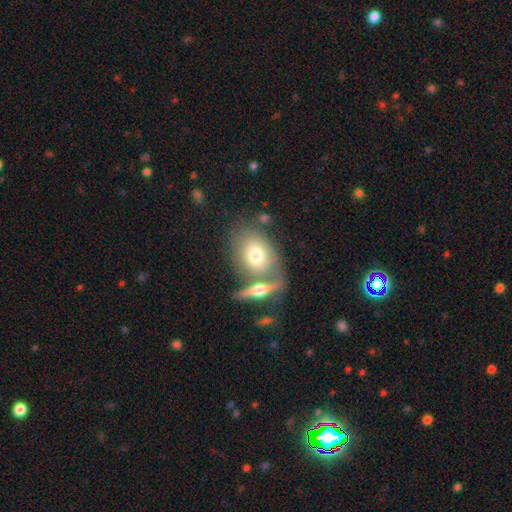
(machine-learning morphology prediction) A smooth galaxy with no disk features (64%) that is in between round and cigar-shaped (72%). Merging: none (45%).